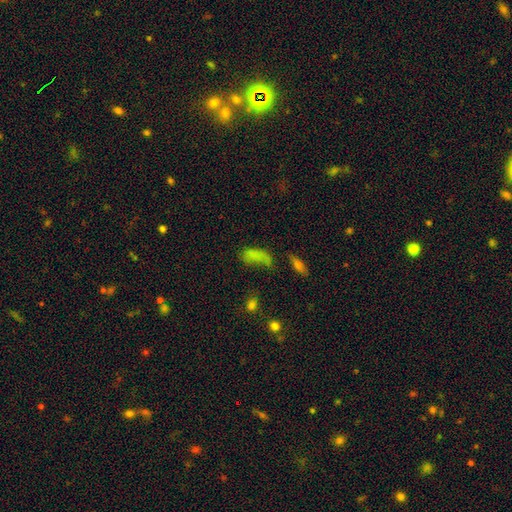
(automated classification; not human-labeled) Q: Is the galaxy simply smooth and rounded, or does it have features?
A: smooth — 69%.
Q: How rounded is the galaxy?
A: in between — 76%.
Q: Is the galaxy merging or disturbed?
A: none — 39%.